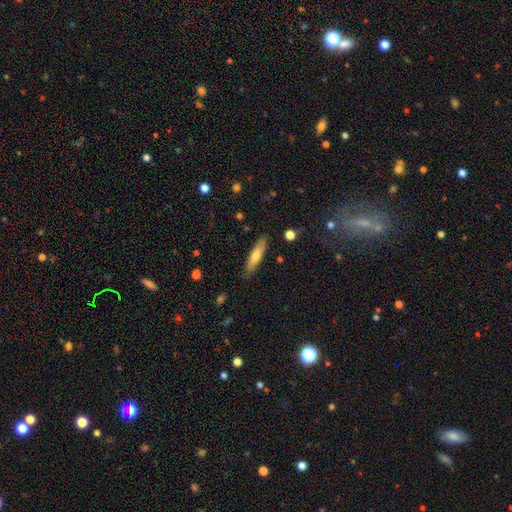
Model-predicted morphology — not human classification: Smooth or featured: smooth — 61% (featured or disk — 33%)
How rounded: cigar-shaped — 74% (in between — 24%)
Merging: none — 85% (minor disturbance — 12%)